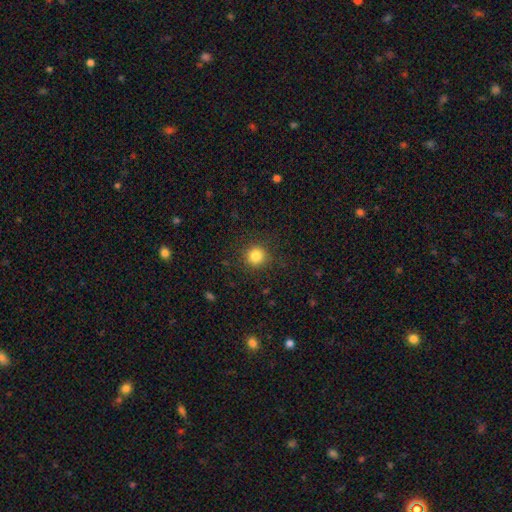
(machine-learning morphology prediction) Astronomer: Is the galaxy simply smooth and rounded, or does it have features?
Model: smooth — 83%.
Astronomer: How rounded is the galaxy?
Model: round — 94%.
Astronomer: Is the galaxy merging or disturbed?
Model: none — 90%.